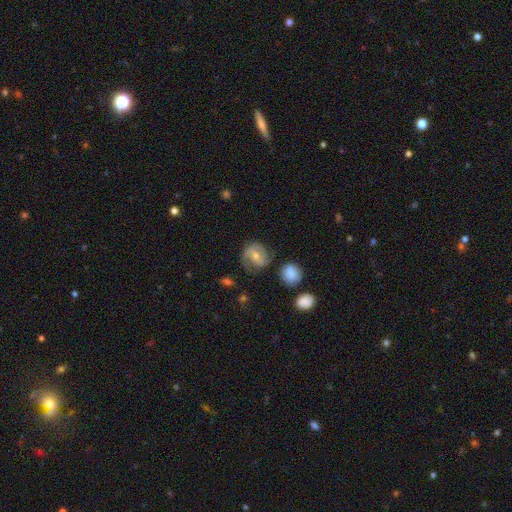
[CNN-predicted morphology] Smooth or featured?
  - featured or disk: 69% *
  - smooth: 22%
  - star or artifact: 9%
Edge-on disk?
  - no: 97% *
  - yes: 3%
Bar?
  - no: 46% *
  - weak: 41%
  - strong: 13%
Spiral arms?
  - yes: 91% *
  - no: 9%
Spiral winding?
  - medium: 43% *
  - tight: 40%
  - loose: 17%
Spiral arm count?
  - 2: 68% *
  - can't tell: 14%
  - 3: 9%
  - 1: 6%
  - 4: 2%
  - more than 4: 2%
Bulge size?
  - moderate: 54% *
  - small: 41%
  - large: 2%
  - none: 1%
  - dominant: 1%
Merging?
  - none: 72% *
  - minor disturbance: 18%
  - major disturbance: 7%
  - merger: 3%